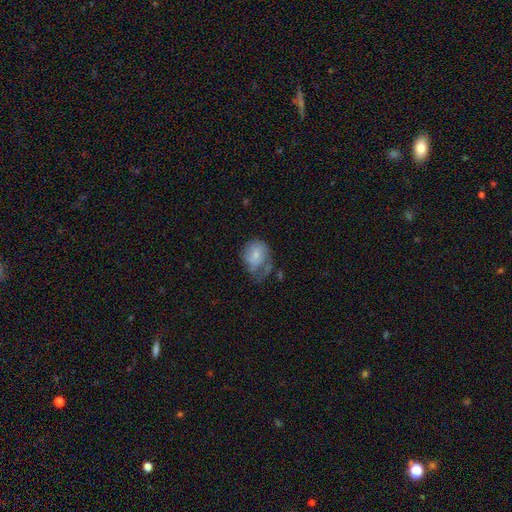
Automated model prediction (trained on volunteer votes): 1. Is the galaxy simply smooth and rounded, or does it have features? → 64% smooth, 29% featured or disk, 7% star or artifact.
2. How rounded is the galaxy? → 52% round, 47% in between, 1% cigar-shaped.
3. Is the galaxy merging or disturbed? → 33% minor disturbance, 32% major disturbance, 30% none, 6% merger.